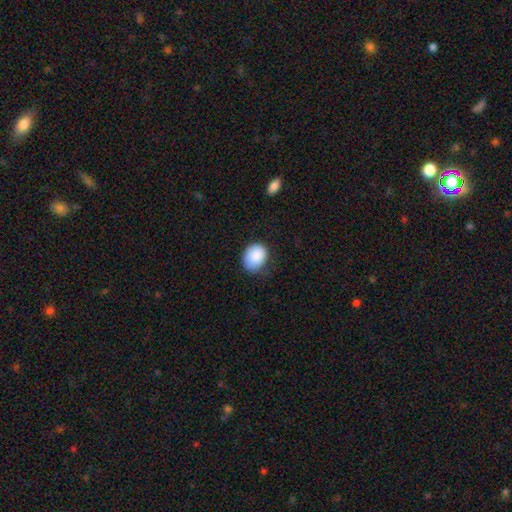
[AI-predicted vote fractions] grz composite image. It shows a smooth galaxy with no disk features (88%) that is round (50%). Merging: none (63%).